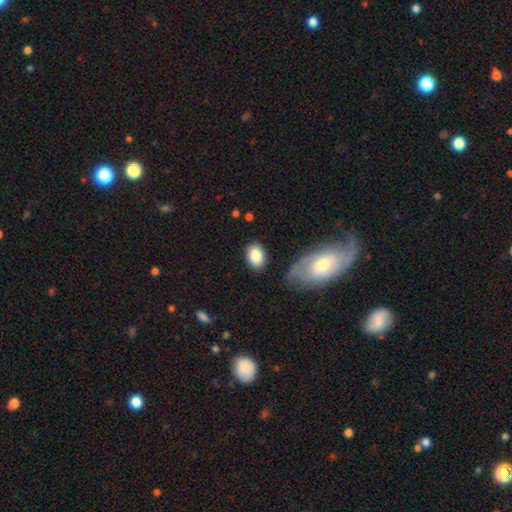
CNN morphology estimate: This appears to be a smooth galaxy with no disk features (85%) that is in between round and cigar-shaped (81%). Merging: none (78%).